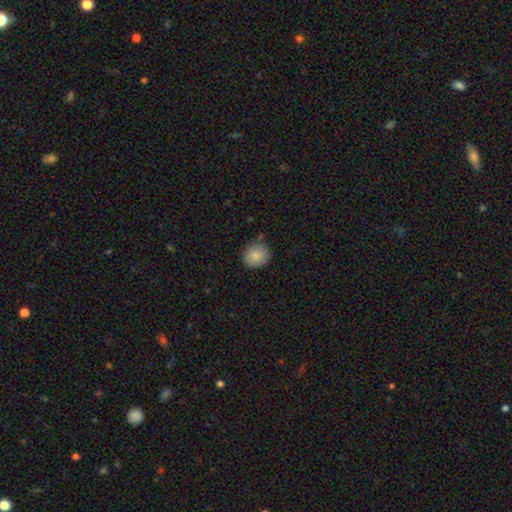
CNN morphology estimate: This appears to be a smooth galaxy with no disk features (85%) that is round (78%). Merging: none (80%).